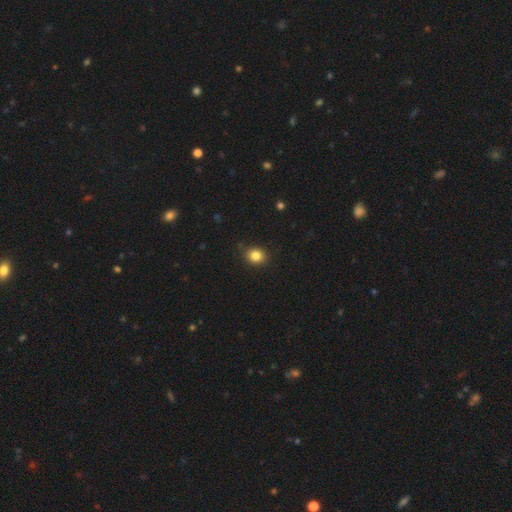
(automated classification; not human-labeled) Smooth or featured?
  - smooth: 84% *
  - star or artifact: 11%
  - featured or disk: 5%
How rounded?
  - round: 73% *
  - in between: 26%
  - cigar-shaped: 1%
Merging?
  - none: 88% *
  - minor disturbance: 9%
  - major disturbance: 2%
  - merger: 1%